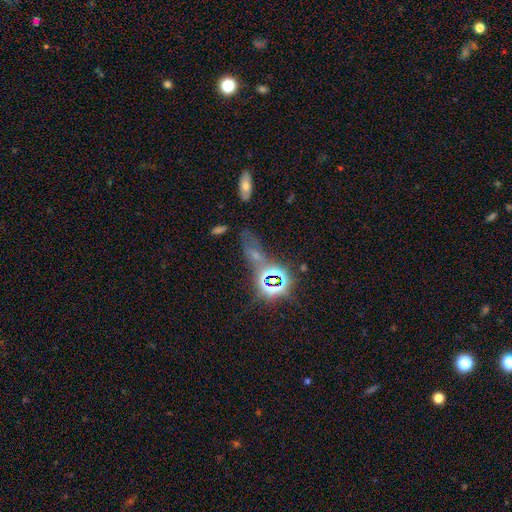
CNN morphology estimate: Smooth or featured? Predicted: star or artifact (p=0.52).